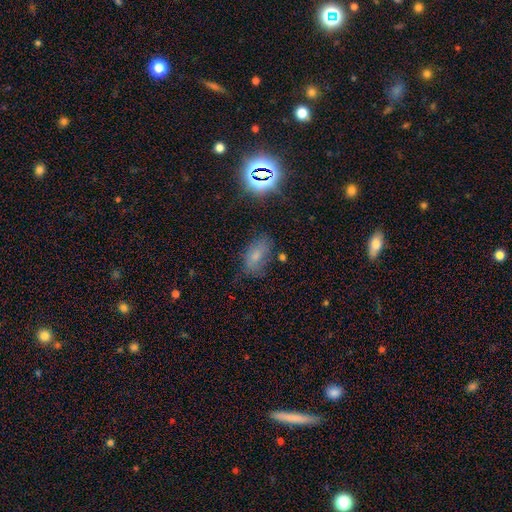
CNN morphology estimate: This is possibly a smooth galaxy (60%). How rounded: clearly in between (88%). Merging: likely none (65%).